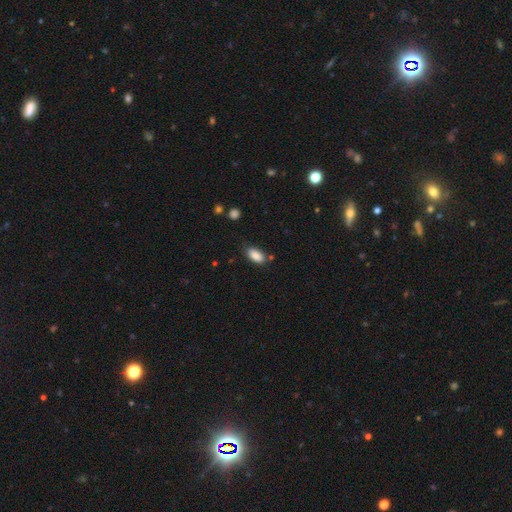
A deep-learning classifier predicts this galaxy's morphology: Smooth or featured: smooth — 88% (star or artifact — 8%)
How rounded: in between — 91% (cigar-shaped — 6%)
Merging: none — 76% (minor disturbance — 16%)